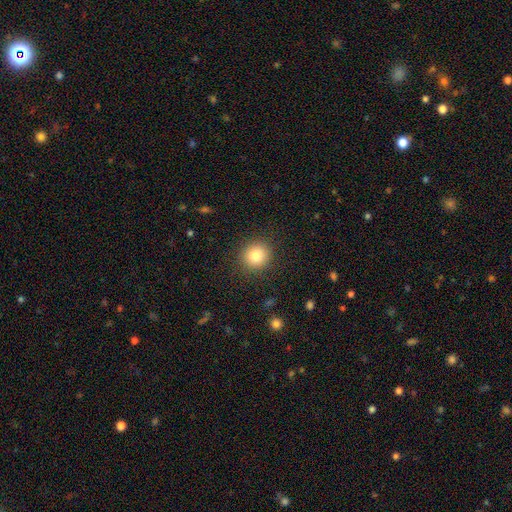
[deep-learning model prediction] Overall: smooth (82%). How rounded: round (89%). Merging: none (89%).